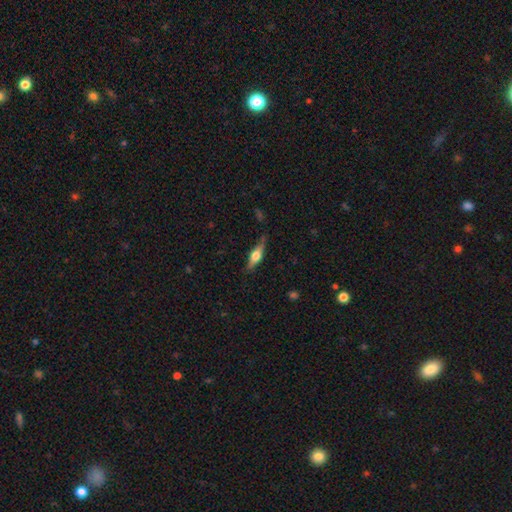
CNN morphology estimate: Overall: featured or disk (55%; smooth 39%). Edge-on disk: yes (93%). Edge-on bulge: rounded (91%). Merging: none (79%).